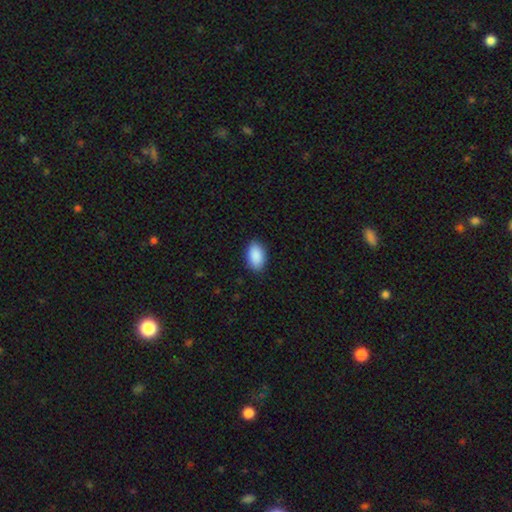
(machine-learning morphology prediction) The model was most divided on "merging": none: 89%, minor disturbance: 8%, major disturbance: 2%, merger: 1%. More confident: how rounded — in between (94%); smooth or featured — smooth (91%).